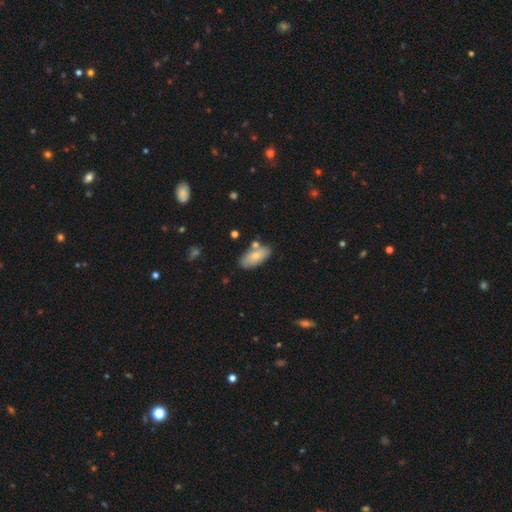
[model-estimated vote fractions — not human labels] The model was most divided on "smooth or featured": smooth: 73%, featured or disk: 21%, star or artifact: 6%. More confident: how rounded — in between (89%); merging — none (73%).